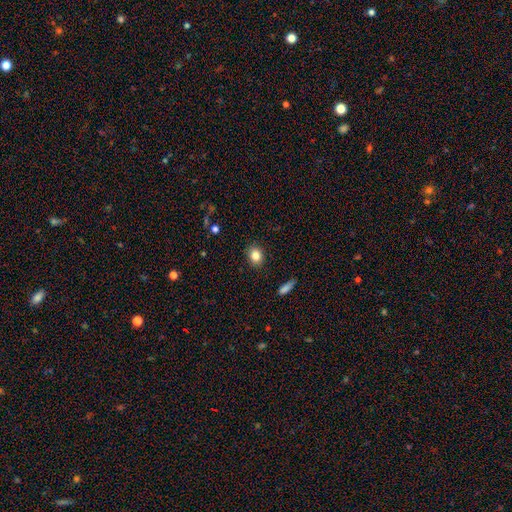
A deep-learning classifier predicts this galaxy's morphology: A smooth galaxy with no disk features (83%) that is round (61%). Merging: none (88%).